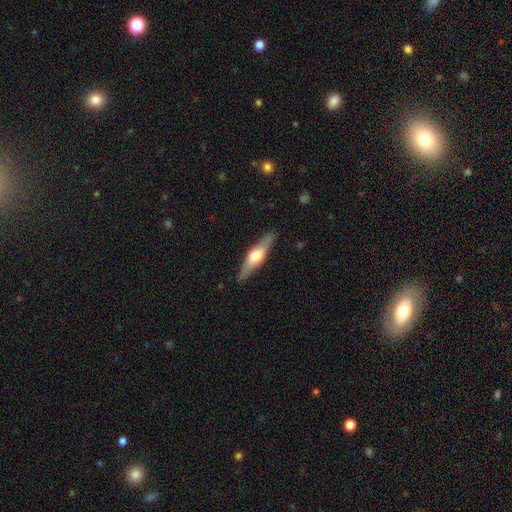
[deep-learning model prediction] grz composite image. It shows a featured or disk galaxy (59%) viewed edge-on (93%) with a rounded central bulge (92%). Merging: none (88%).